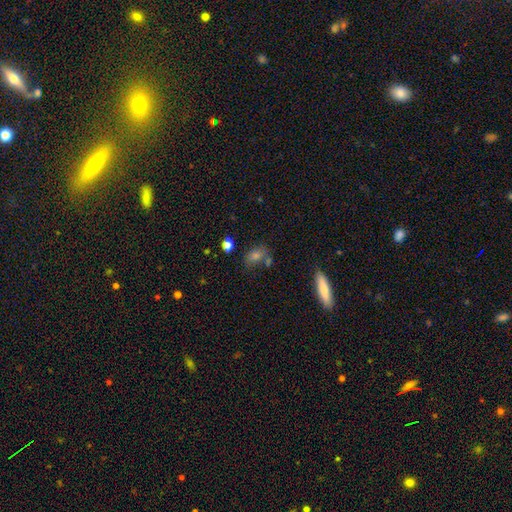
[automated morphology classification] smooth_or_featured: smooth (p=0.68) [alt: star or artifact p=0.17]
how_rounded: in between (p=0.74) [alt: round p=0.18]
merging: none (p=0.61) [alt: minor disturbance p=0.17]